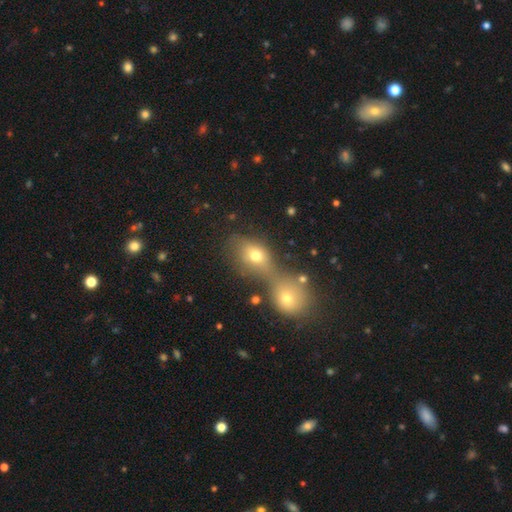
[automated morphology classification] The model was most divided on "how rounded": in between: 58%, round: 39%, cigar-shaped: 3%. More confident: smooth or featured — smooth (68%); merging — merger (62%).